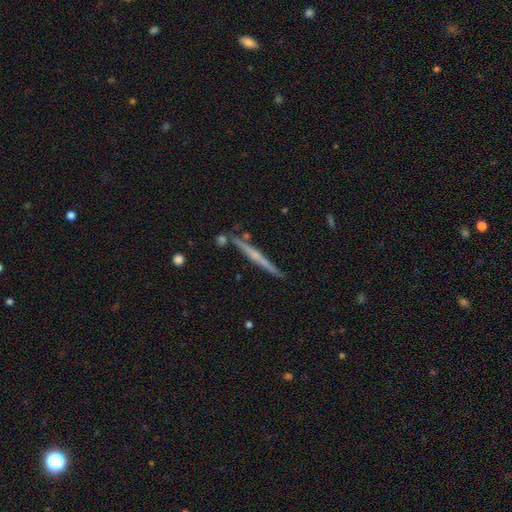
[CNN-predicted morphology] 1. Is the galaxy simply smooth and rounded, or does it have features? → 71% featured or disk, 23% smooth, 7% star or artifact.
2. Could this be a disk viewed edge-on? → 97% yes, 3% no.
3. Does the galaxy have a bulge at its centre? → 53% rounded, 40% none, 7% boxy.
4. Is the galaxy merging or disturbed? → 83% none, 10% minor disturbance, 4% merger, 2% major disturbance.